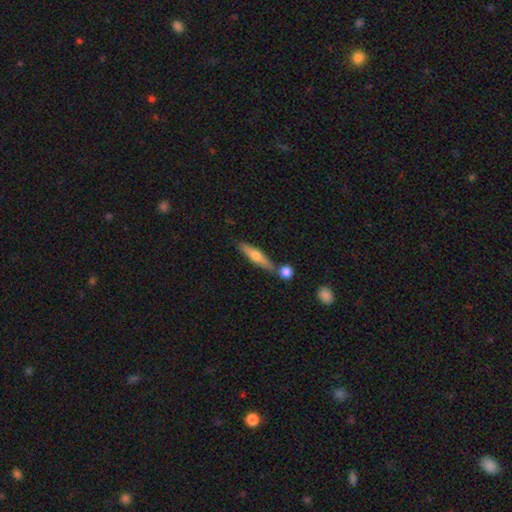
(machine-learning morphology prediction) smooth 51%, featured or disk 43%, star or artifact 6%. Down the decision tree: how rounded — cigar-shaped (80%); merging — none (70%).